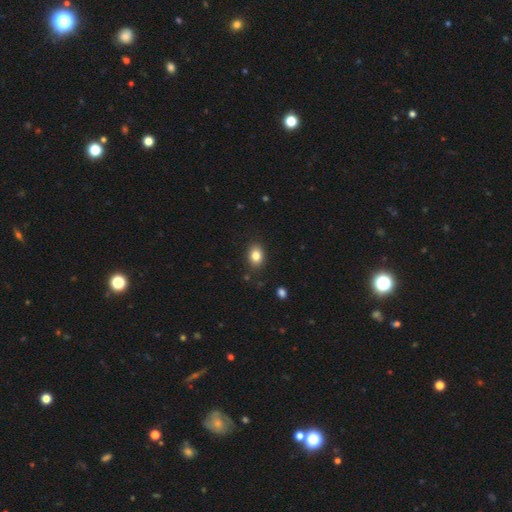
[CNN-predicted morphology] Smooth or featured? smooth (83%)
How rounded? in between (65%)
Merging? none (87%)